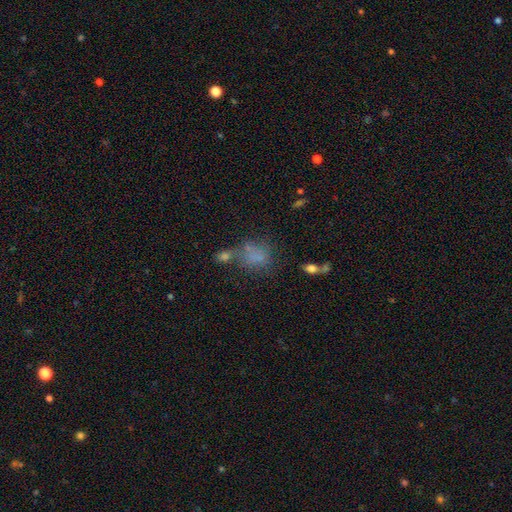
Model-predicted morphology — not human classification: Overall: smooth (65%). How rounded: in between (57%; round 40%). Merging: none (36%; merger 28%).